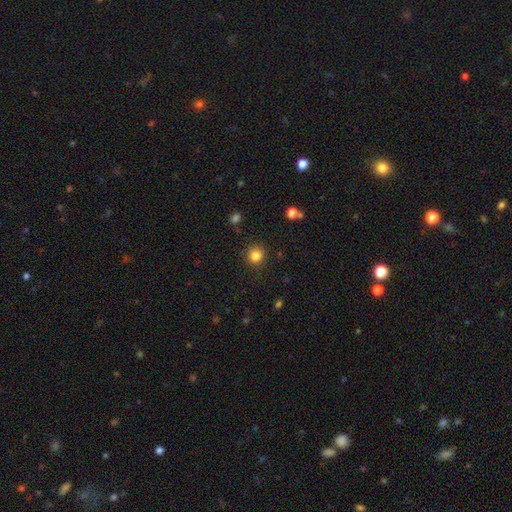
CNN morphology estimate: smooth-or-featured: smooth: 83% | star or artifact: 12% | featured or disk: 5%
  how-rounded: round: 92% | in between: 7% | cigar-shaped: 1%
  merging: none: 89% | minor disturbance: 7% | major disturbance: 3% | merger: 2%